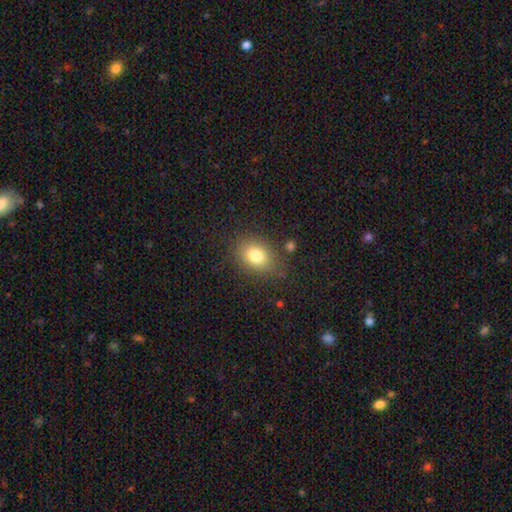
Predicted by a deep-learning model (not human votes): smooth 79%, star or artifact 11%, featured or disk 10%. Down the decision tree: how rounded — in between (64%); merging — none (80%).